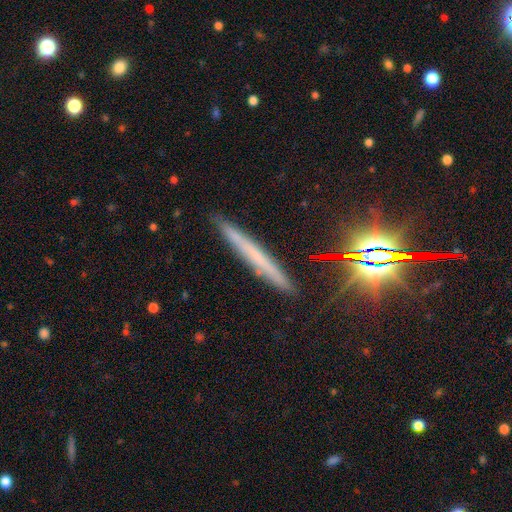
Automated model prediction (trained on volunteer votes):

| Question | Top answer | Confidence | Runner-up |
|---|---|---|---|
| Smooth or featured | smooth | 46% | featured or disk (37%) |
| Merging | none | 89% | minor disturbance (8%) |